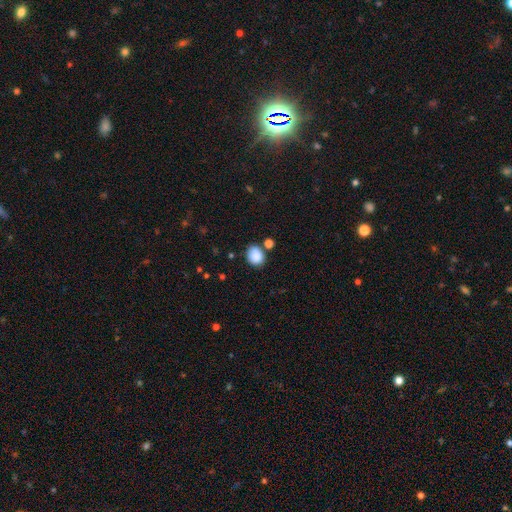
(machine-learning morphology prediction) smooth_or_featured: smooth (p=0.87) [alt: star or artifact p=0.09]
how_rounded: round (p=0.56) [alt: in between p=0.43]
merging: none (p=0.70) [alt: minor disturbance p=0.15]